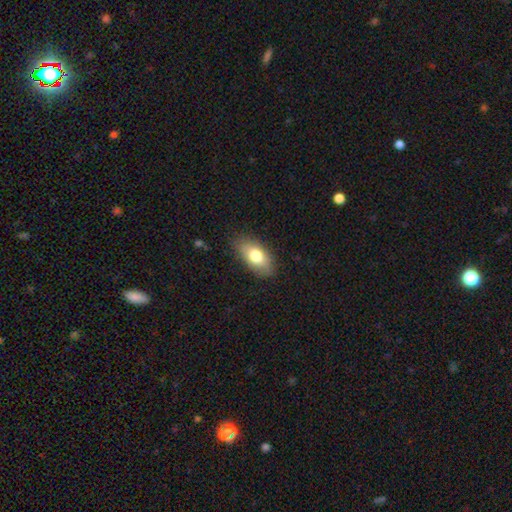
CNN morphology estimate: The model was most divided on "smooth or featured": smooth: 76%, featured or disk: 17%, star or artifact: 7%. More confident: how rounded — in between (90%); merging — none (81%).